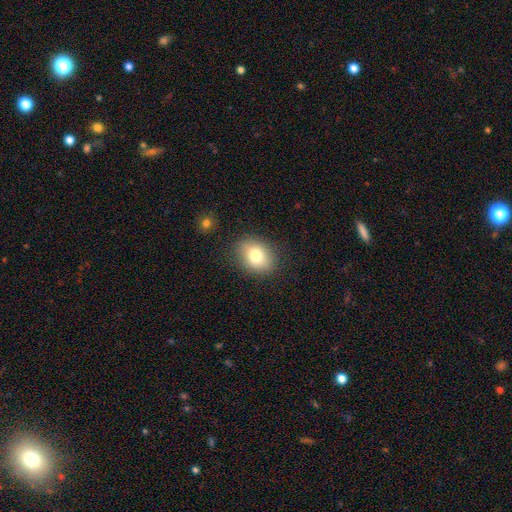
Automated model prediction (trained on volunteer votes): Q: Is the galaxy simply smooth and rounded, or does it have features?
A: smooth — 77%.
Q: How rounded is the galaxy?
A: in between — 61%.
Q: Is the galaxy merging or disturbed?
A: none — 85%.